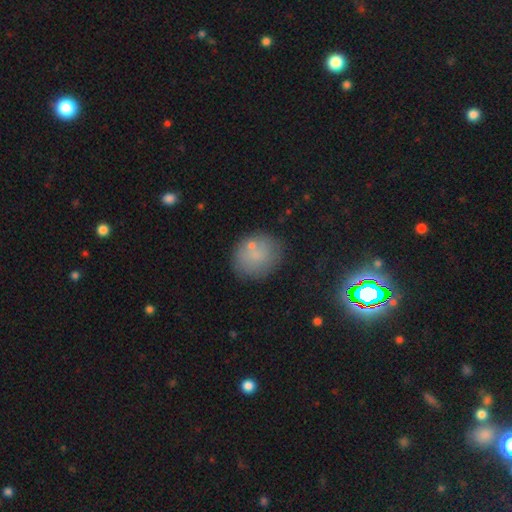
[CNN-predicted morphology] This is likely a smooth galaxy (69%). How rounded: likely round (77%). Merging: likely none (74%).